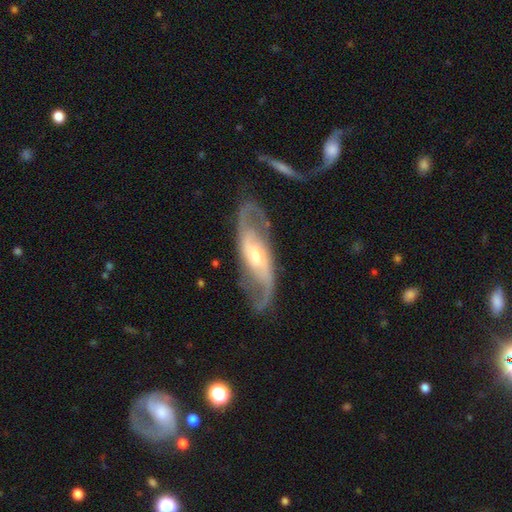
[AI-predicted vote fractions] smooth-or-featured: featured or disk: 87% | smooth: 8% | star or artifact: 5%
  disk-edge-on: no: 91% | yes: 9%
    bar: no: 39% | weak: 36% | strong: 25%
    has-spiral-arms: yes: 96% | no: 4%
      spiral-winding: medium: 43% | loose: 39% | tight: 18%
      spiral-arm-count: 2: 90% | can't tell: 5% | 3: 2% | 1: 2% | 4: 1% | more than 4: 1%
    bulge-size: moderate: 51% | small: 44% | large: 3% | none: 1% | dominant: 1%
  merging: none: 75% | minor disturbance: 15% | major disturbance: 7% | merger: 3%